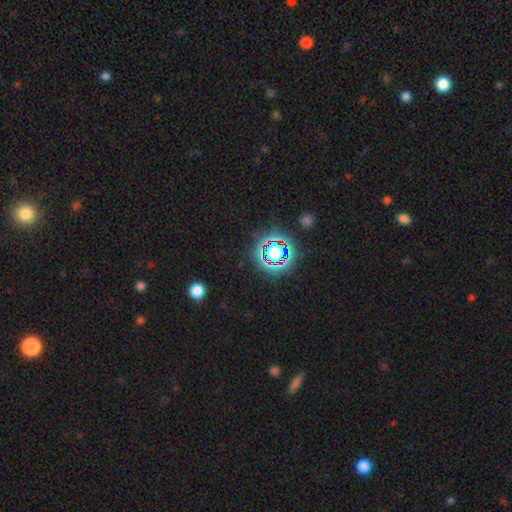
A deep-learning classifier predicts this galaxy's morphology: star or artifact 78%, smooth 14%, featured or disk 8%.